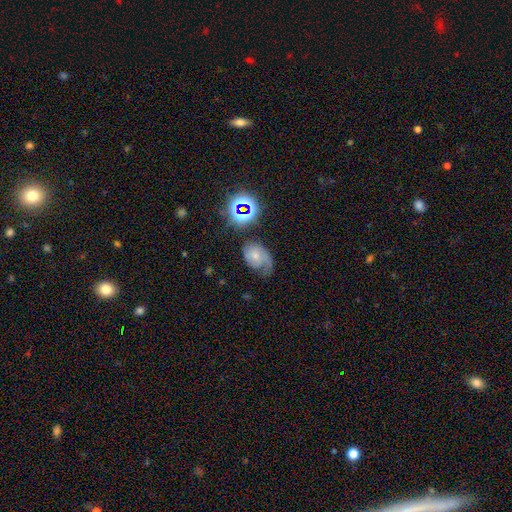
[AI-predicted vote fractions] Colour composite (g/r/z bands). It shows a featured or disk galaxy (52%). Merging: none (41%).